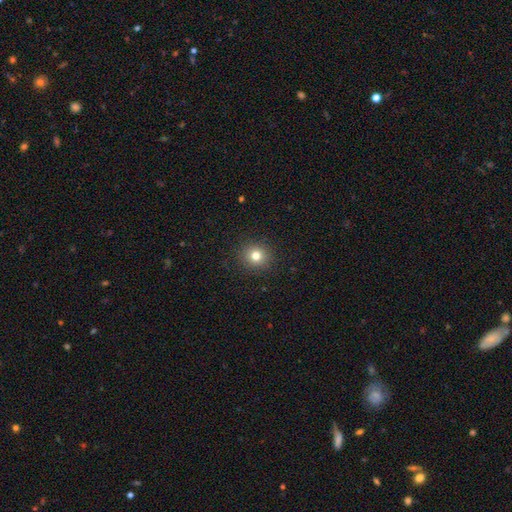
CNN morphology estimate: Smooth or featured? Predicted: smooth (p=0.79). How rounded? Predicted: round (p=0.92). Merging? Predicted: none (p=0.91).